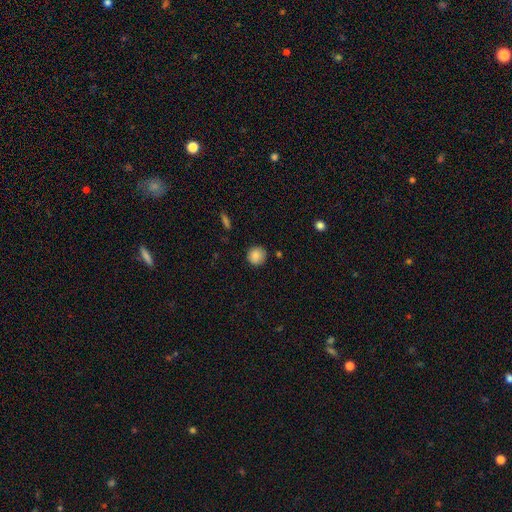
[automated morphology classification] type=smooth (87%); roundness=round (91%); merging=none (86%).